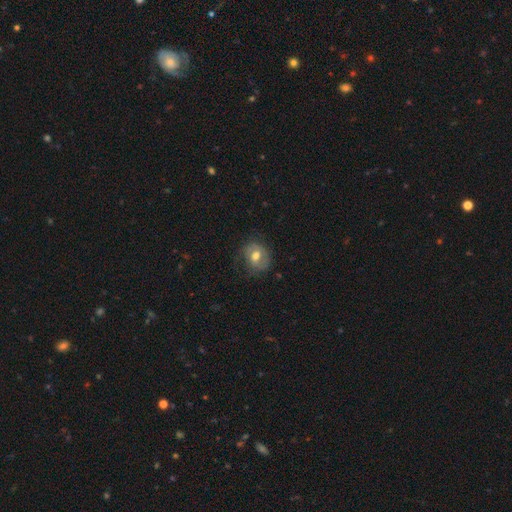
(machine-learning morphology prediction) This appears to be a smooth galaxy with no disk features (52%) that is round (63%). Merging: none (67%).